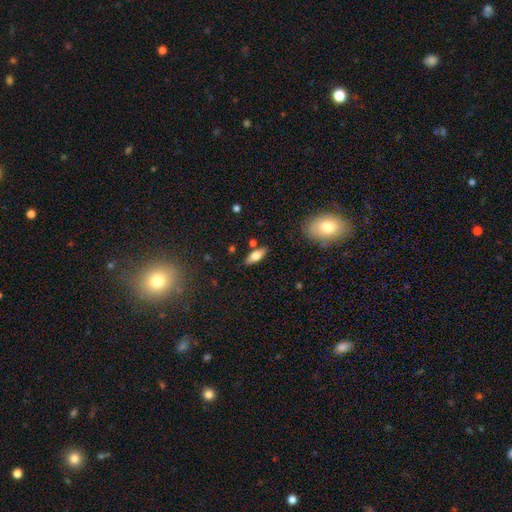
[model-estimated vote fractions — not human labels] Smooth or featured? Predicted: smooth (p=0.69). How rounded? Predicted: in between (p=0.74). Merging? Predicted: none (p=0.82).